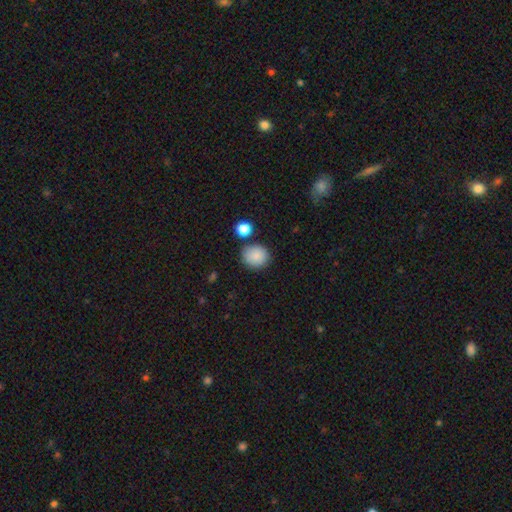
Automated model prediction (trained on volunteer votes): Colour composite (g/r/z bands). It shows a smooth galaxy with no disk features (87%) that is round (78%). Merging: none (79%).